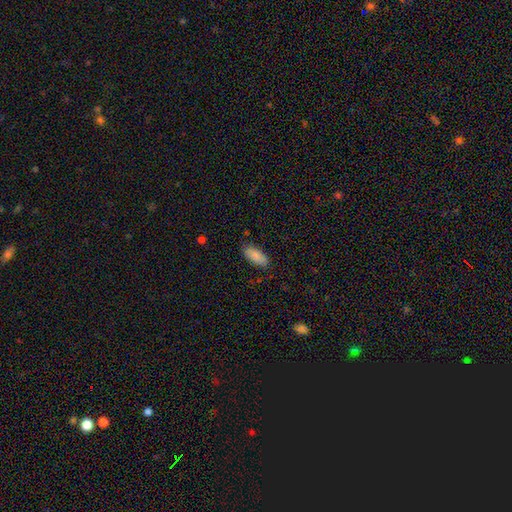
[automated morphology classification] This is clearly a smooth galaxy (88%). How rounded: clearly in between (87%). Merging: clearly none (82%).